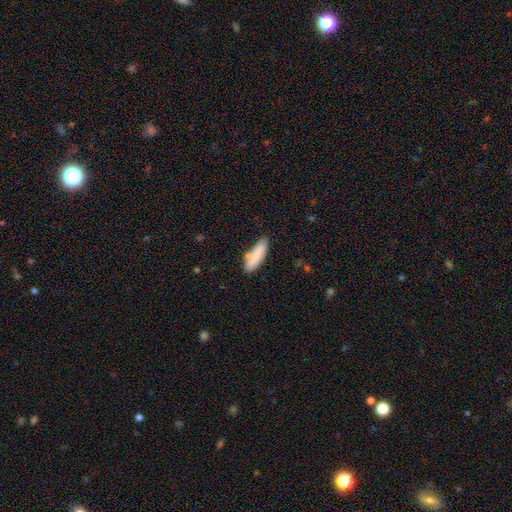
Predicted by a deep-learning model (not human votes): Overall: smooth (81%). How rounded: in between (51%; cigar-shaped 47%). Merging: none (72%).